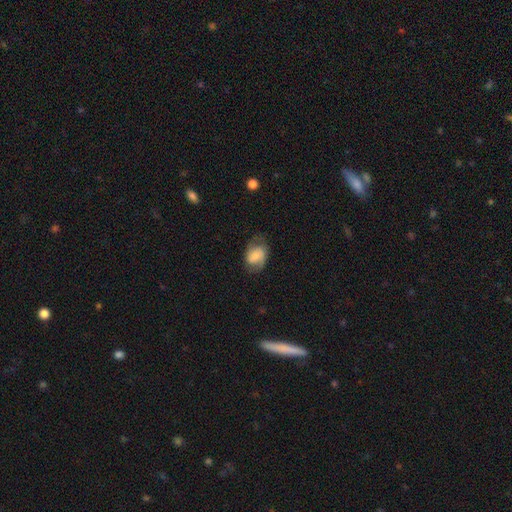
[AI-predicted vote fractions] smooth 51%, featured or disk 41%, star or artifact 8%. Down the decision tree: how rounded — in between (74%); merging — none (61%).